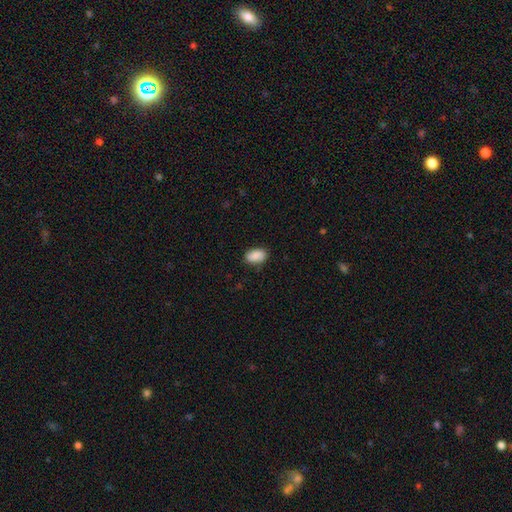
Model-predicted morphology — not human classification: smooth-or-featured: smooth: 89% | star or artifact: 7% | featured or disk: 4%
  how-rounded: in between: 91% | round: 7% | cigar-shaped: 2%
  merging: none: 82% | minor disturbance: 14% | major disturbance: 3% | merger: 1%